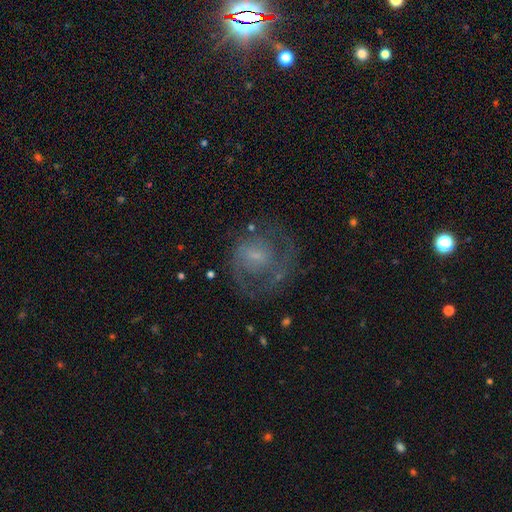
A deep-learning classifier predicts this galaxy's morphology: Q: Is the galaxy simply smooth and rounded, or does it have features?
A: featured or disk — 66%.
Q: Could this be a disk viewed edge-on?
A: no — 98%.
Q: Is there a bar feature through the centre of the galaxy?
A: no — 51%.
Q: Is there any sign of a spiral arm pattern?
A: yes — 72%.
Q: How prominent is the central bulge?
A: small — 51%.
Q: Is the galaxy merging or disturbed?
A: none — 56%.